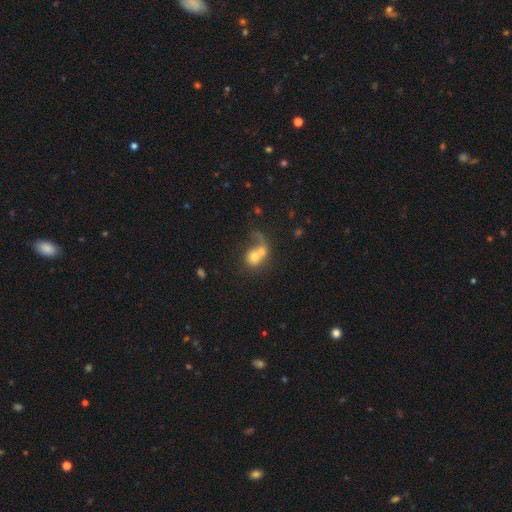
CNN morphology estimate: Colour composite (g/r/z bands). It shows a smooth galaxy with no disk features (62%) that is round (65%). Merging: merger (66%).